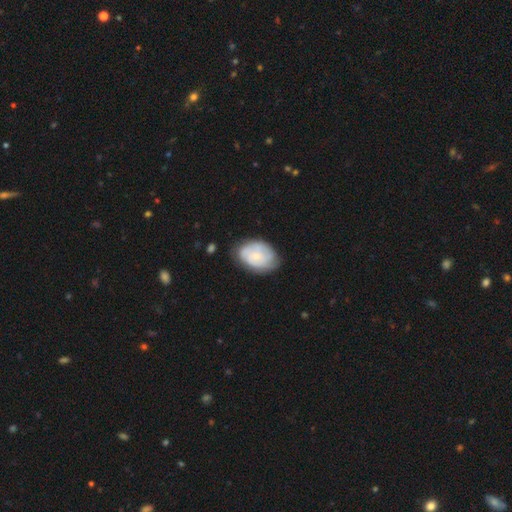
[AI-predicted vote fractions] Morphology: type=featured or disk (48%); merging=none (68%).